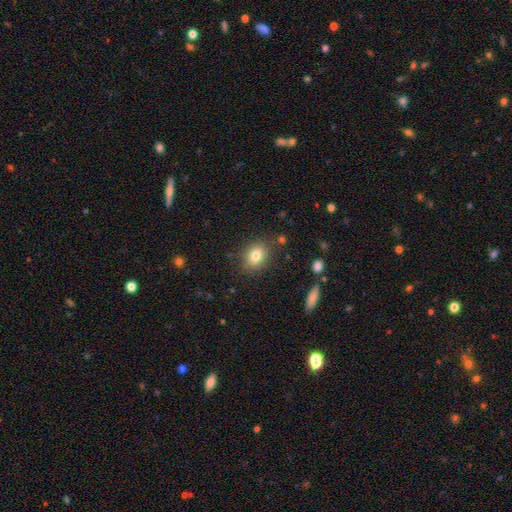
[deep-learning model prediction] smooth_or_featured: smooth (p=0.80) [alt: star or artifact p=0.10]
how_rounded: in between (p=0.57) [alt: round p=0.42]
merging: none (p=0.85) [alt: minor disturbance p=0.10]